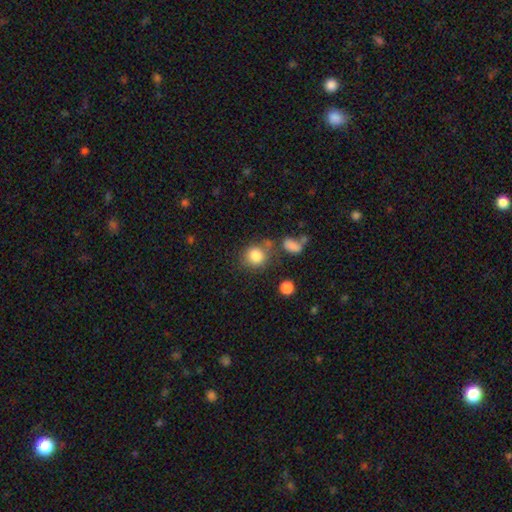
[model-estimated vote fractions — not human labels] The model was most divided on "merging": none: 63%, minor disturbance: 16%, merger: 13%, major disturbance: 7%. More confident: smooth or featured — smooth (83%); how rounded — round (76%).